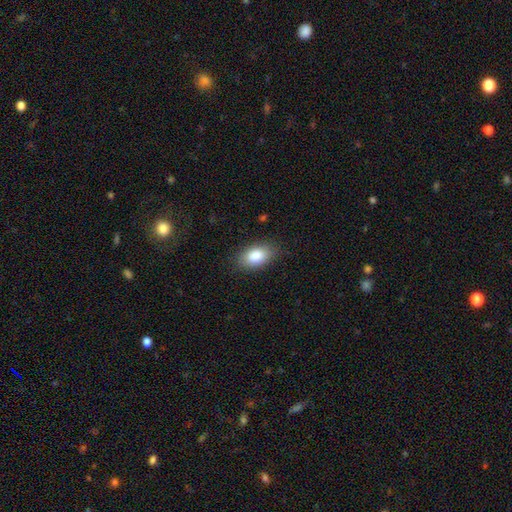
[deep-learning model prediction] Smooth or featured: smooth — 85% (featured or disk — 8%)
How rounded: in between — 91% (round — 7%)
Merging: none — 84% (minor disturbance — 12%)